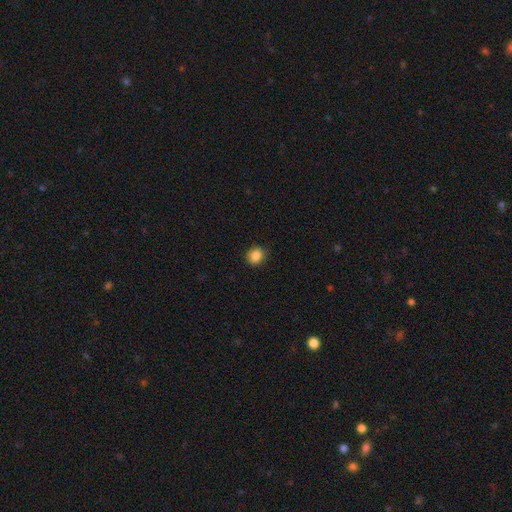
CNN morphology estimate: Smooth or featured? smooth (86%)
How rounded? round (80%)
Merging? none (87%)